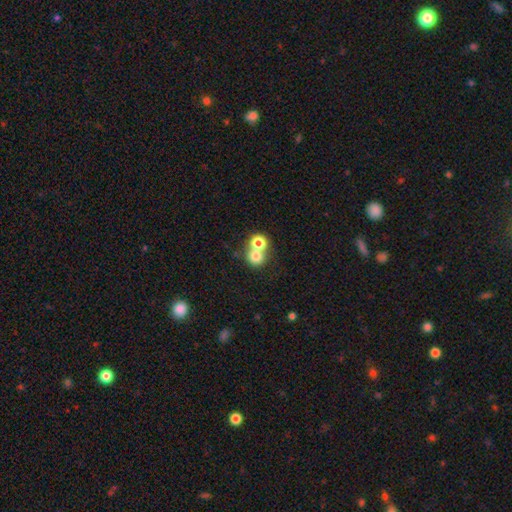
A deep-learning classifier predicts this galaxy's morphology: This appears to be a smooth galaxy with no disk features (74%) that is round (85%). Merging: merger (48%).